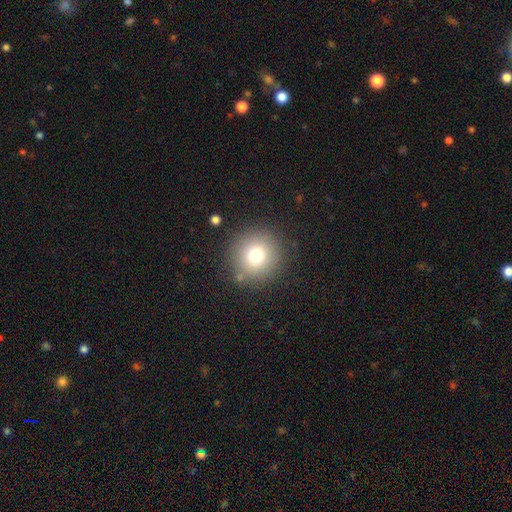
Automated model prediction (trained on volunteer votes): Overall: smooth (76%). How rounded: round (94%). Merging: none (86%).